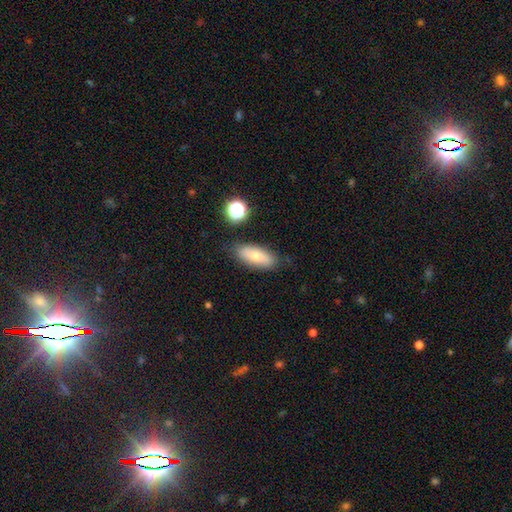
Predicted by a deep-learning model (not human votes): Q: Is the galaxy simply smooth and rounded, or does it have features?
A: smooth — 71%.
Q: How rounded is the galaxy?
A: in between — 76%.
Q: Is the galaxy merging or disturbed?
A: none — 78%.